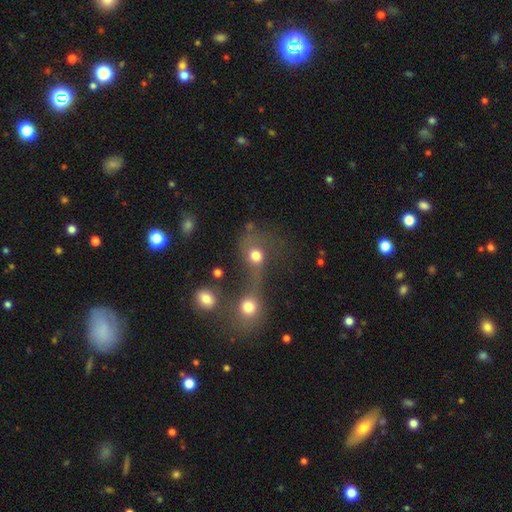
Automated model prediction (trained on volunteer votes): The model was most divided on "merging": merger: 59%, none: 22%, major disturbance: 12%, minor disturbance: 7%. More confident: how rounded — round (74%); smooth or featured — smooth (68%).